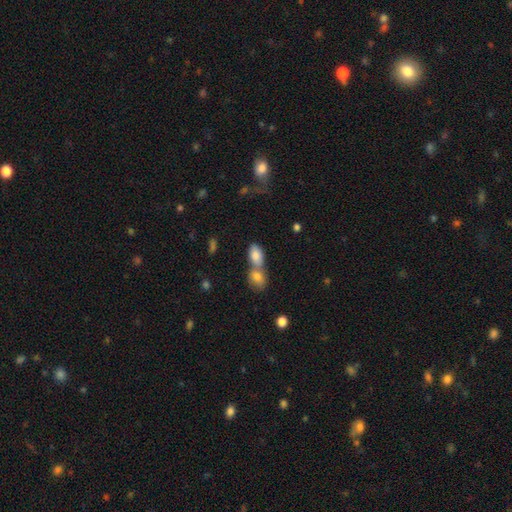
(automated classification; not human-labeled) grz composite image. It shows a smooth galaxy with no disk features (82%) that is in between round and cigar-shaped (89%). Merging: merger (62%).